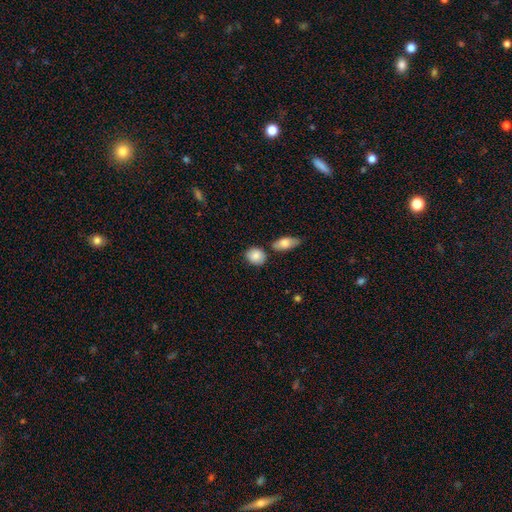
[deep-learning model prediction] smooth 87%, featured or disk 7%, star or artifact 7%. Down the decision tree: how rounded — round (54%); merging — none (72%).